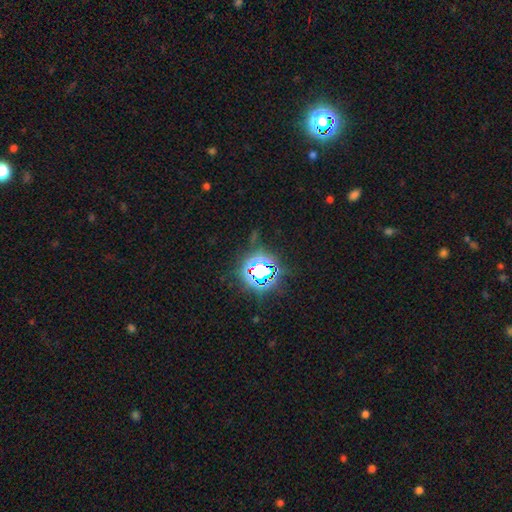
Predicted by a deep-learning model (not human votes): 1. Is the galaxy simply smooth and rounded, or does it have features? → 83% star or artifact, 11% smooth, 6% featured or disk.